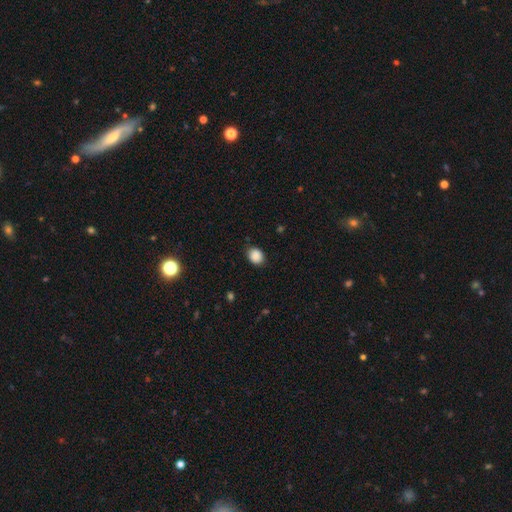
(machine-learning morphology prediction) This appears to be a smooth galaxy with no disk features (89%) that is in between round and cigar-shaped (51%). Merging: none (85%).